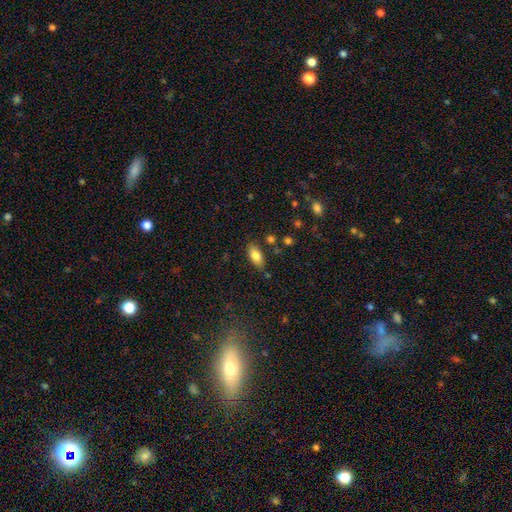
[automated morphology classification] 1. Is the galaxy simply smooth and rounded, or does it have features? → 80% smooth, 13% featured or disk, 8% star or artifact.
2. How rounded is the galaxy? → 87% in between, 10% cigar-shaped, 3% round.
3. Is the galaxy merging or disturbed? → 80% none, 13% minor disturbance, 3% merger, 3% major disturbance.